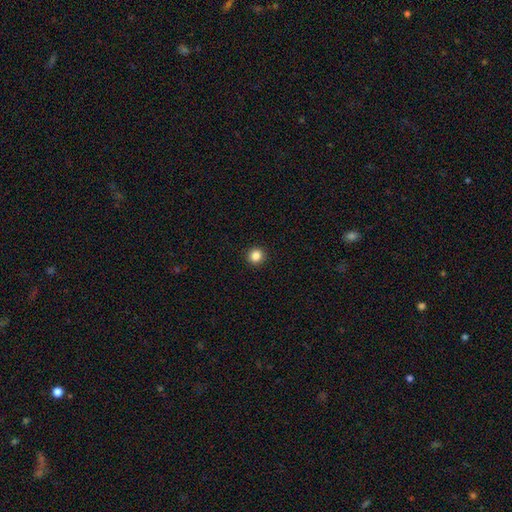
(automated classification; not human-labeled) smooth-or-featured: smooth: 85% | star or artifact: 11% | featured or disk: 4%
  how-rounded: round: 94% | in between: 5% | cigar-shaped: 1%
  merging: none: 94% | minor disturbance: 4% | major disturbance: 1% | merger: 1%